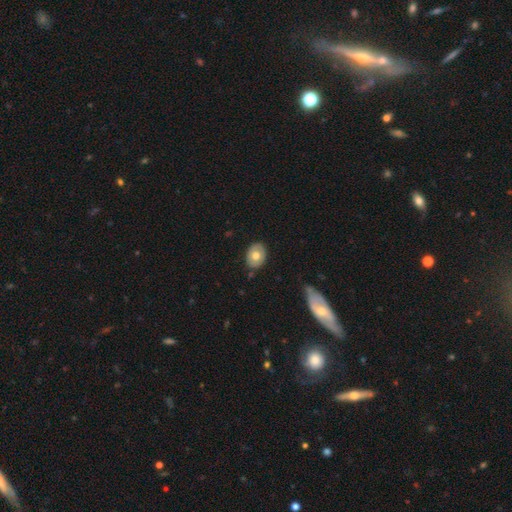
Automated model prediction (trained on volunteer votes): smooth-or-featured: smooth: 68% | featured or disk: 25% | star or artifact: 7%
  how-rounded: in between: 66% | round: 33% | cigar-shaped: 1%
  merging: none: 83% | minor disturbance: 12% | major disturbance: 2% | merger: 2%